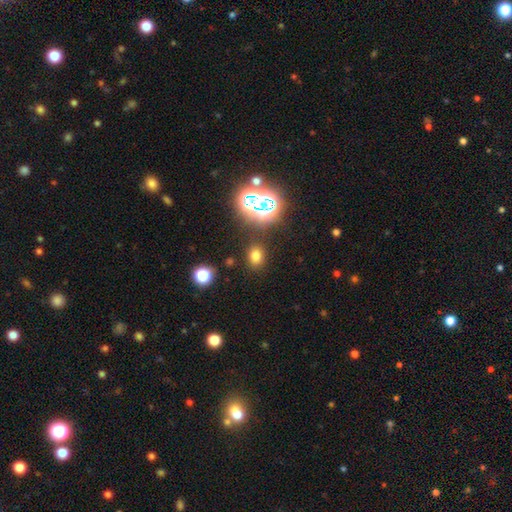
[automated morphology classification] Smooth or featured? Predicted: smooth (p=0.70). How rounded? Predicted: in between (p=0.55). Merging? Predicted: none (p=0.84).